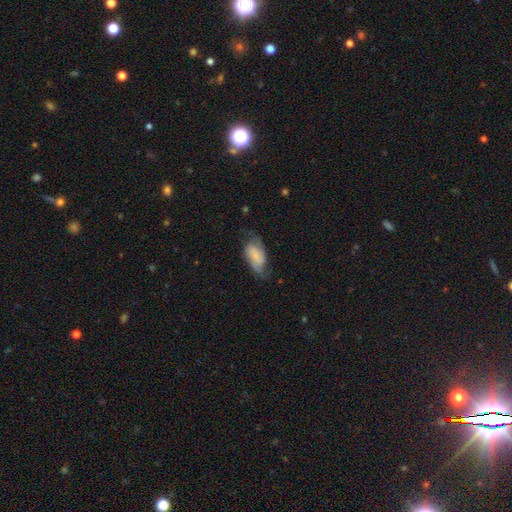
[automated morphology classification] Overall: featured or disk (49%; smooth 43%). Merging: none (52%; minor disturbance 27%).